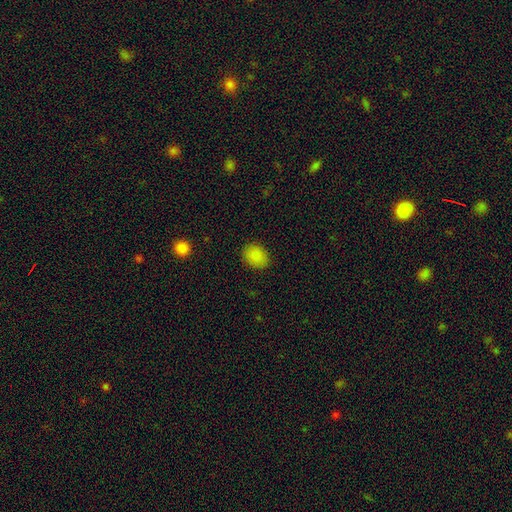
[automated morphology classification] Smooth or featured? smooth (86%)
How rounded? in between (57%)
Merging? none (87%)